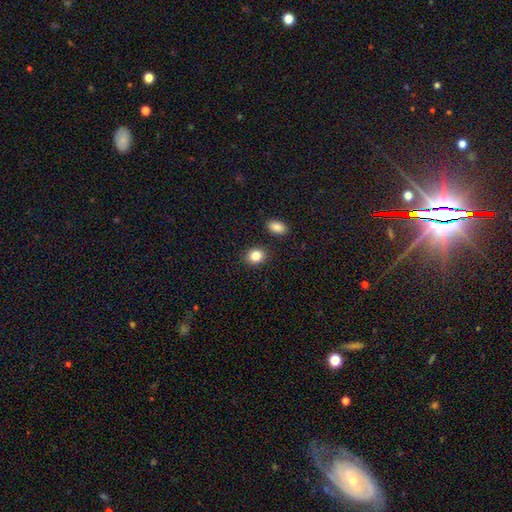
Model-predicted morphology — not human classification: smooth 85%, star or artifact 10%, featured or disk 6%. Down the decision tree: how rounded — round (58%); merging — none (86%).